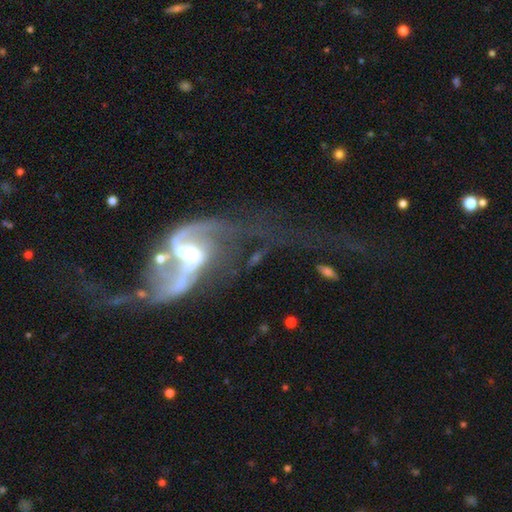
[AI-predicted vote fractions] Overall: featured or disk (88%). Edge-on disk: no (96%). Bar: weak (41%; strong 33%). Spiral arms: yes (93%). Spiral arm count: 2 (89%). Spiral winding: loose (83%). Bulge size: moderate (45%; small 32%). Merging: major disturbance (35%; none 29%).